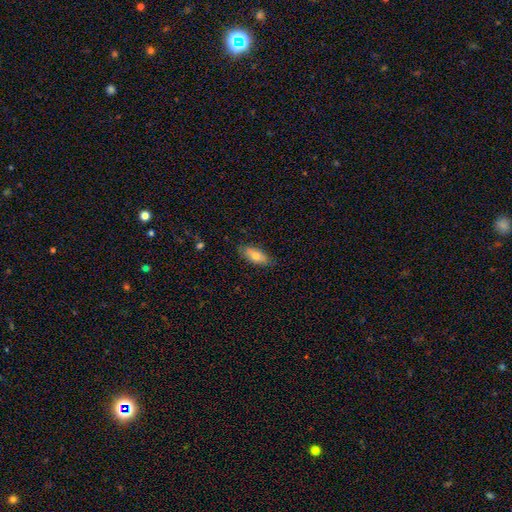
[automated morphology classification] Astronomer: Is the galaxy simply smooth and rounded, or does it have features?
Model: smooth — 72%.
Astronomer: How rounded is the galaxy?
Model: in between — 80%.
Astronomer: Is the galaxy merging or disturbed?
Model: none — 81%.